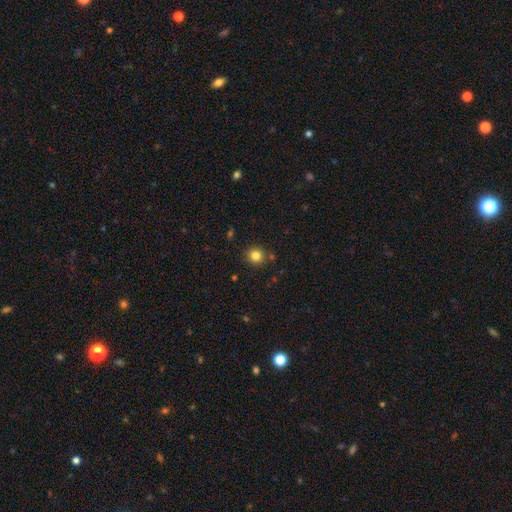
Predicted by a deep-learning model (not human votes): Morphology: type=smooth (82%); roundness=round (93%); merging=none (89%).